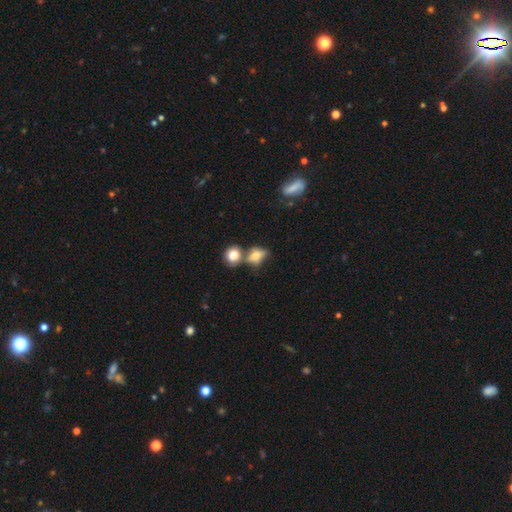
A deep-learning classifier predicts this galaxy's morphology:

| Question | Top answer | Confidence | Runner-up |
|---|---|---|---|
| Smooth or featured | smooth | 70% | featured or disk (18%) |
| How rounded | in between | 62% | round (35%) |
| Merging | merger | 38% | none (37%) |